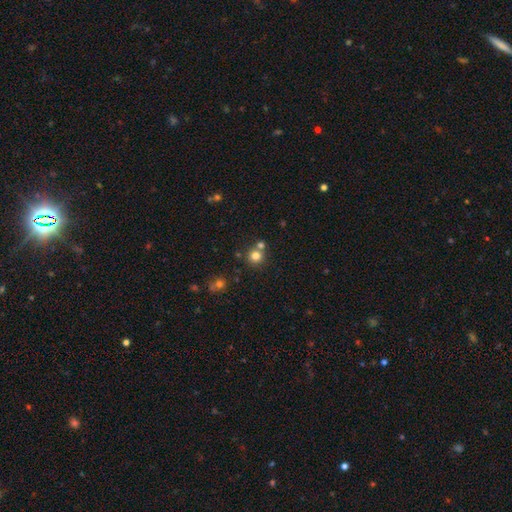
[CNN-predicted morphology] smooth 78%, star or artifact 14%, featured or disk 8%. Down the decision tree: how rounded — round (92%); merging — none (67%).